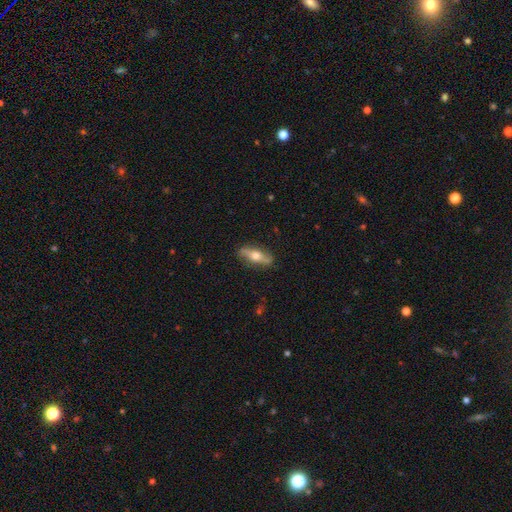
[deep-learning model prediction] Overall: featured or disk (54%; smooth 41%). Edge-on disk: yes (66%; no 34%). Merging: none (85%).